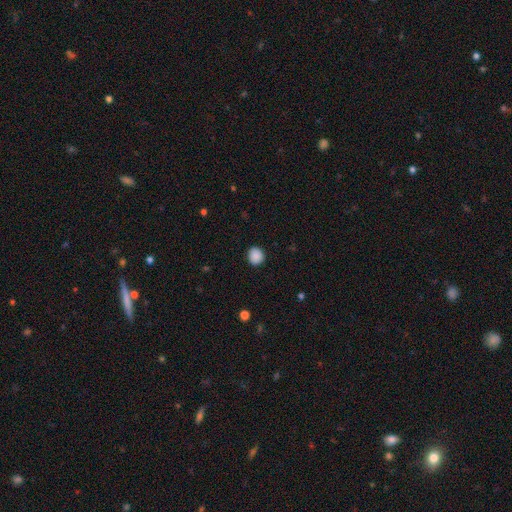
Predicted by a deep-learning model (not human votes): A smooth galaxy with no disk features (89%) that is round (82%).

Vote fractions:
- Smooth or featured? smooth: 89% / star or artifact: 9% / featured or disk: 3%
- How rounded? round: 82% / in between: 17% / cigar-shaped: 1%
- Merging? none: 90% / minor disturbance: 7% / major disturbance: 2% / merger: 1%